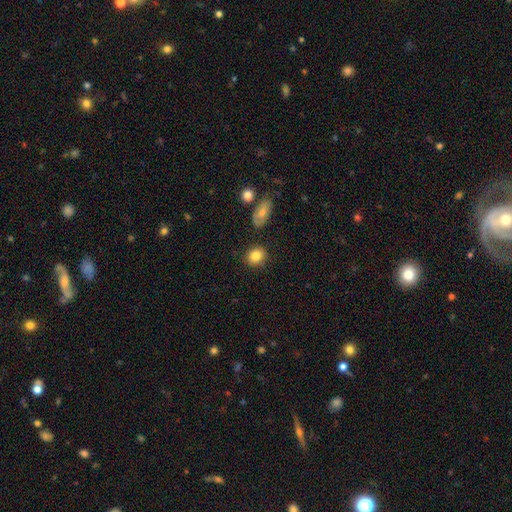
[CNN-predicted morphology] The model was most divided on "how rounded": round: 63%, in between: 36%, cigar-shaped: 1%. More confident: merging — none (85%); smooth or featured — smooth (85%).